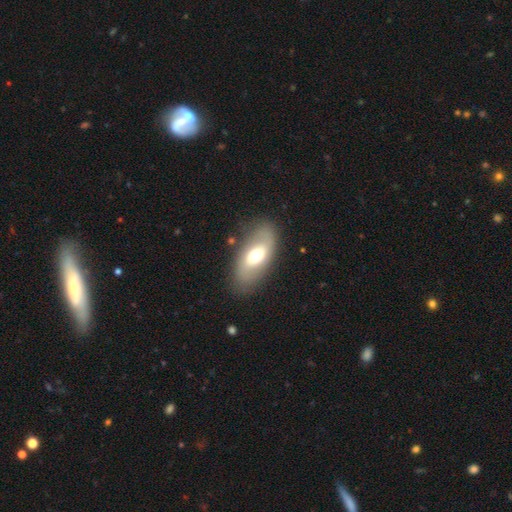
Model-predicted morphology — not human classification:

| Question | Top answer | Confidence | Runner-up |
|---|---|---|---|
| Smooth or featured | smooth | 51% | featured or disk (42%) |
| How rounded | in between | 90% | cigar-shaped (5%) |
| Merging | none | 79% | minor disturbance (14%) |